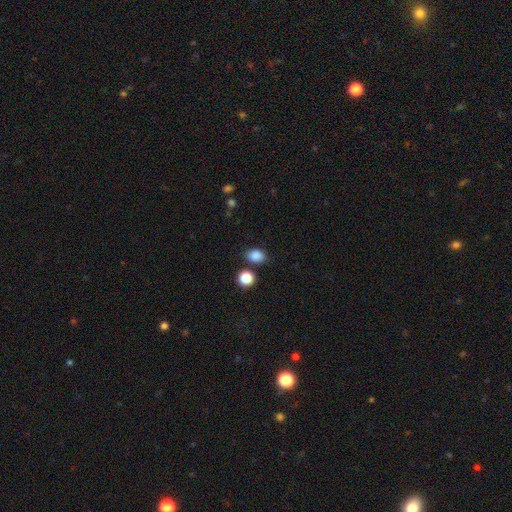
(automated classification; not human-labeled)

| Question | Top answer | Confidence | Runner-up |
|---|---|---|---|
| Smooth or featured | smooth | 86% | star or artifact (11%) |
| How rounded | in between | 64% | round (35%) |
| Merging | none | 79% | minor disturbance (11%) |